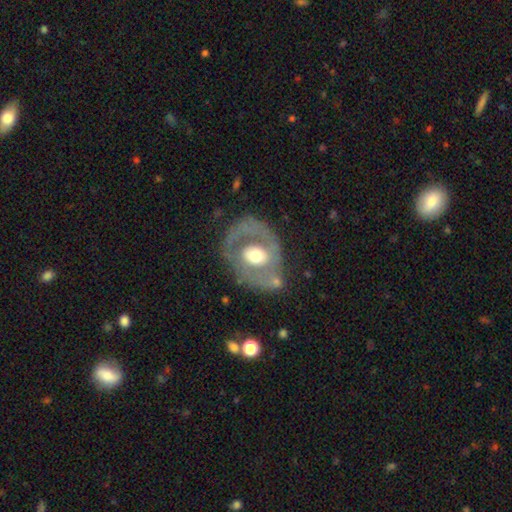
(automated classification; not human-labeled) featured or disk 65%, smooth 30%, star or artifact 6%. Down the decision tree: edge-on disk — no (95%); bar — no (69%); spiral arms — no (63%); bulge size — moderate (64%); merging — none (56%).